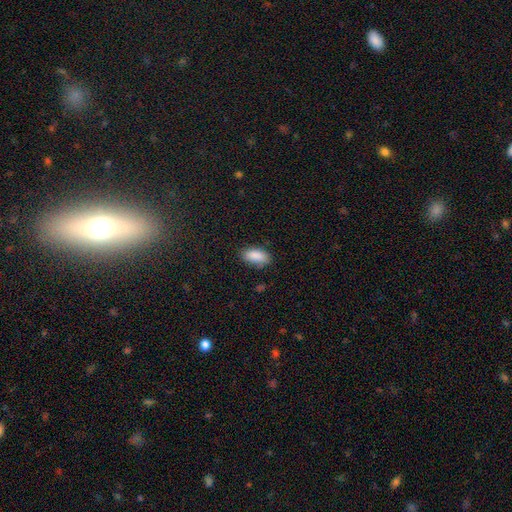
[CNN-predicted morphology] This appears to be a smooth galaxy with no disk features (89%) that is in between round and cigar-shaped (91%). Merging: none (82%).